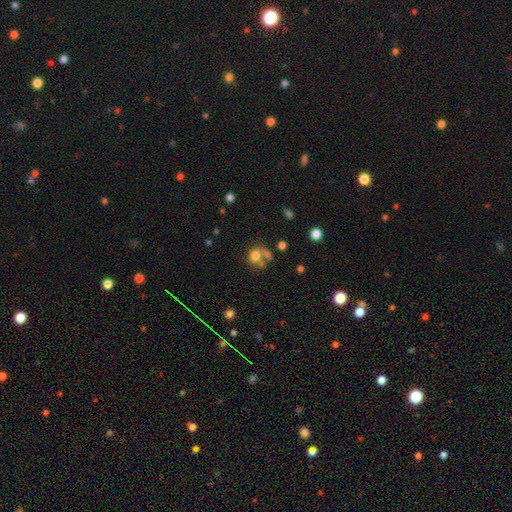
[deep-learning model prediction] smooth-or-featured: smooth: 73% | star or artifact: 14% | featured or disk: 13%
  how-rounded: round: 66% | in between: 33% | cigar-shaped: 1%
  merging: none: 40% | merger: 37% | minor disturbance: 13% | major disturbance: 11%